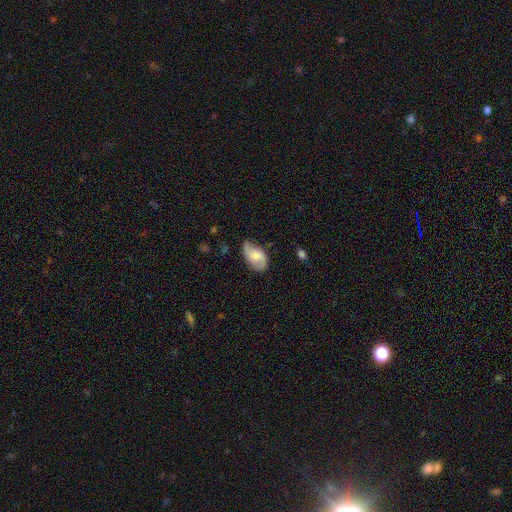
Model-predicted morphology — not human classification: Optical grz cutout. It shows a featured or disk galaxy (57%) with no bar (56%), spiral arms (89%) and a moderate central bulge (51%). Merging: none (63%).